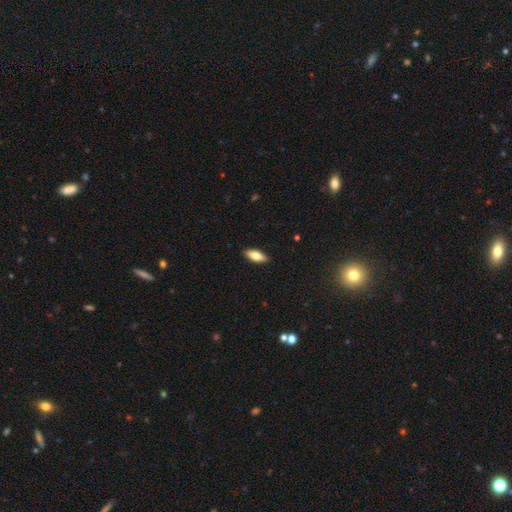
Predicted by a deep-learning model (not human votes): This is likely a smooth galaxy (75%). How rounded: likely in between (76%). Merging: clearly none (90%).